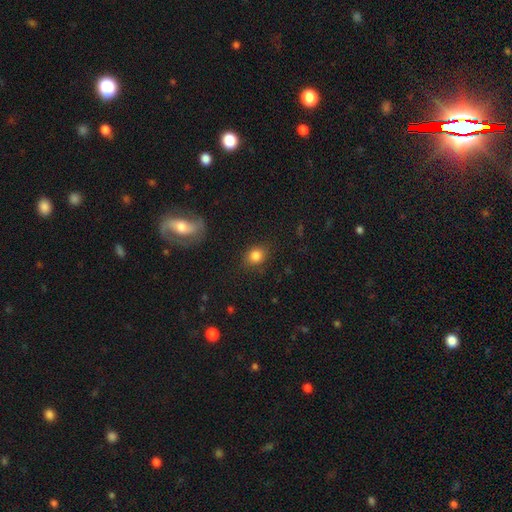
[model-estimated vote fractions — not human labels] This appears to be a smooth galaxy with no disk features (84%) that is round (59%). Merging: none (84%).